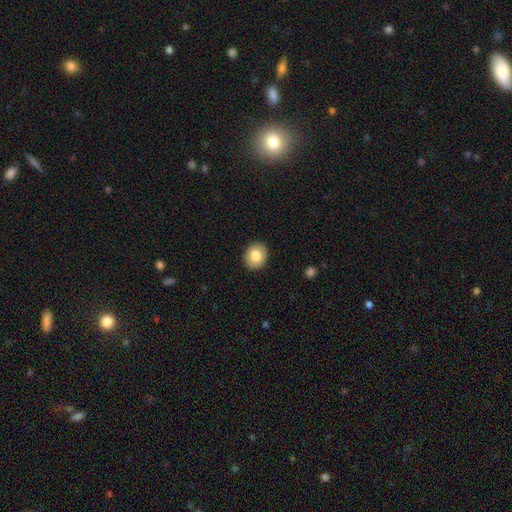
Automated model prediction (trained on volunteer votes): Overall: smooth (80%). How rounded: round (57%; in between 43%). Merging: none (91%).